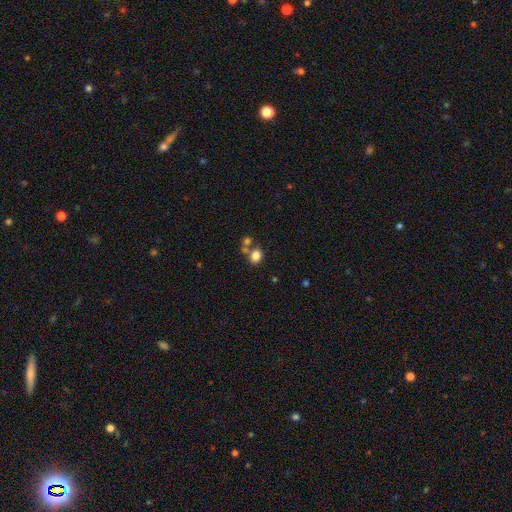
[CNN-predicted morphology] This is clearly a smooth galaxy (81%). How rounded: possibly round (55%). Merging: possibly none (58%).